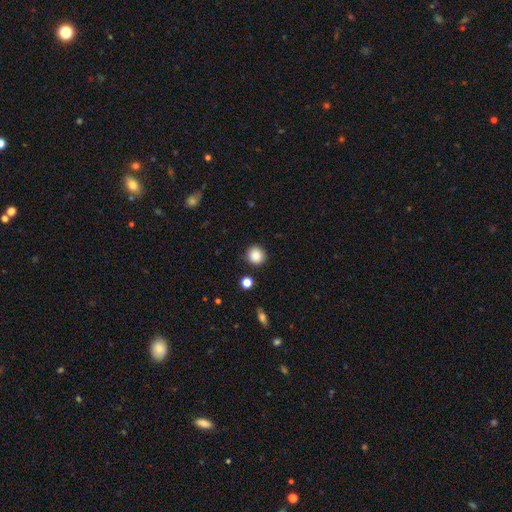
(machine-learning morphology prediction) The model was most divided on "smooth or featured": smooth: 87%, star or artifact: 10%, featured or disk: 3%. More confident: how rounded — round (92%); merging — none (89%).